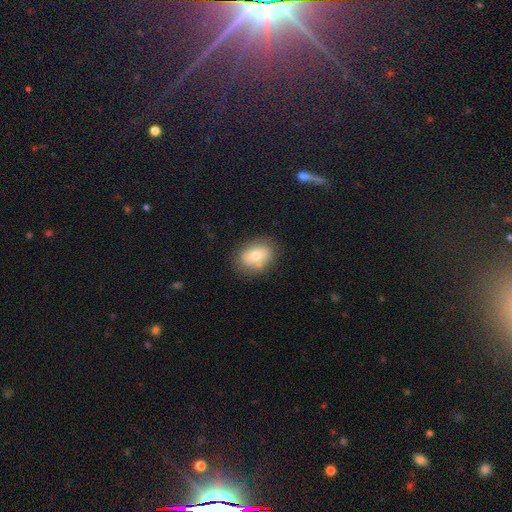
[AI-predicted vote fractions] The model was most divided on "how rounded": in between: 70%, round: 28%, cigar-shaped: 1%. More confident: merging — none (76%); smooth or featured — smooth (71%).